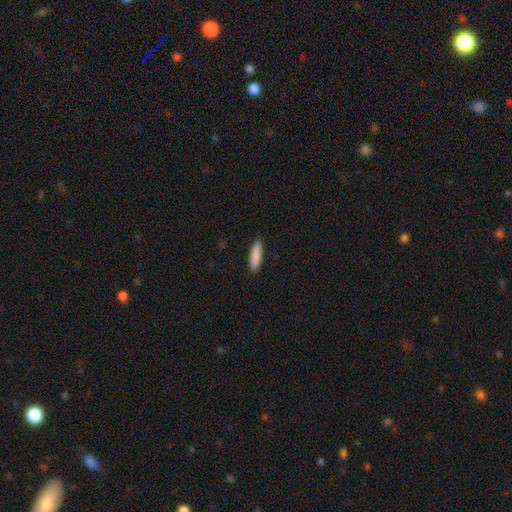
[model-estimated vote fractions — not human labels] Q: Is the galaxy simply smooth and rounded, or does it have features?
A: smooth — 87%.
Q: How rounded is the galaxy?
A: cigar-shaped — 73%.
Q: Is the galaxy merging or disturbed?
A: none — 91%.